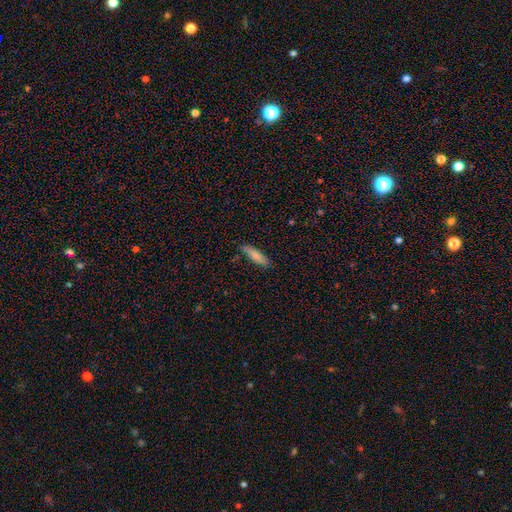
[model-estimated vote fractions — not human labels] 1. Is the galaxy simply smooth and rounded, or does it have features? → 79% smooth, 15% featured or disk, 6% star or artifact.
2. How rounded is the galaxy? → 71% cigar-shaped, 27% in between, 2% round.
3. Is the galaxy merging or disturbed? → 82% none, 14% minor disturbance, 2% major disturbance, 2% merger.